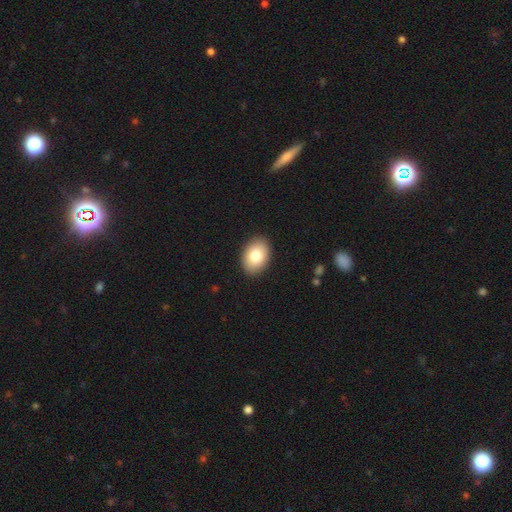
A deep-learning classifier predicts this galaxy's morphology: smooth-or-featured: smooth: 80% | featured or disk: 13% | star or artifact: 7%
  how-rounded: in between: 80% | round: 19% | cigar-shaped: 1%
  merging: none: 90% | minor disturbance: 7% | major disturbance: 2% | merger: 1%